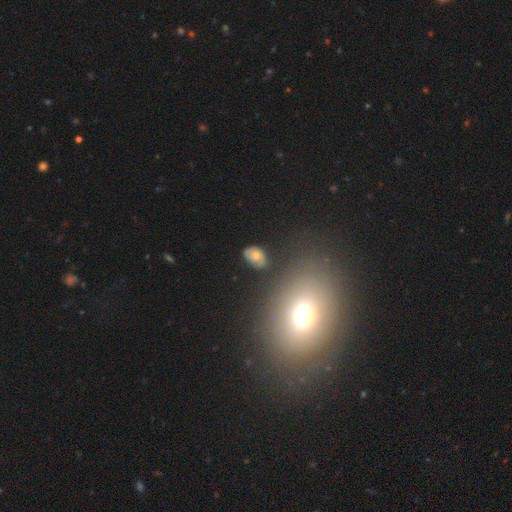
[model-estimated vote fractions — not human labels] smooth_or_featured: smooth (p=0.58) [alt: featured or disk p=0.30]
how_rounded: in between (p=0.79) [alt: round p=0.20]
merging: none (p=0.68) [alt: minor disturbance p=0.22]